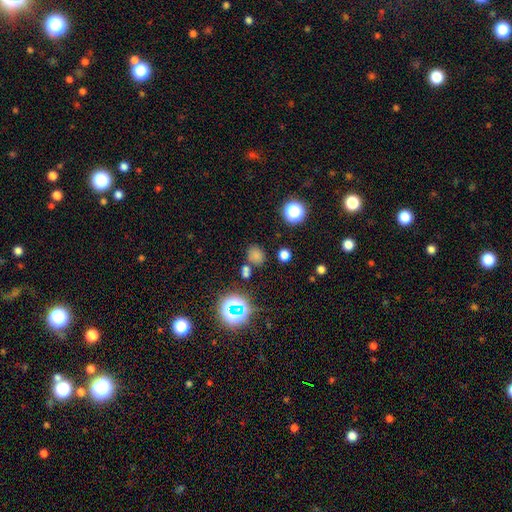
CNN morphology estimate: smooth-or-featured: smooth: 65% | star or artifact: 29% | featured or disk: 7%
  how-rounded: round: 68% | in between: 31% | cigar-shaped: 1%
  merging: none: 72% | merger: 13% | minor disturbance: 11% | major disturbance: 4%